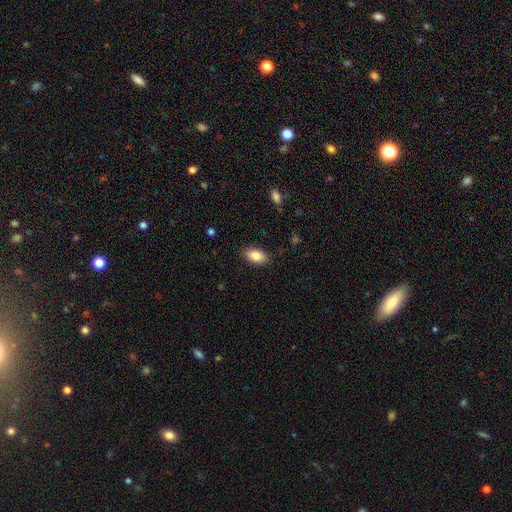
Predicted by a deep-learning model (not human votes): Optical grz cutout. It shows a smooth galaxy with no disk features (86%) that is in between round and cigar-shaped (92%). Merging: none (87%).